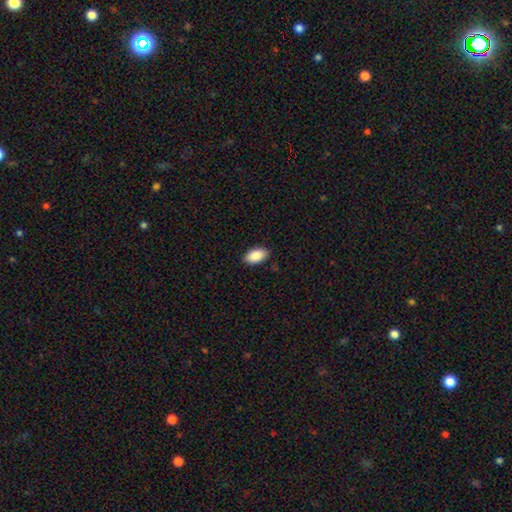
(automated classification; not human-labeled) Smooth or featured?
  - smooth: 90% *
  - star or artifact: 6%
  - featured or disk: 4%
How rounded?
  - in between: 95% *
  - round: 3%
  - cigar-shaped: 2%
Merging?
  - none: 88% *
  - minor disturbance: 9%
  - major disturbance: 2%
  - merger: 1%